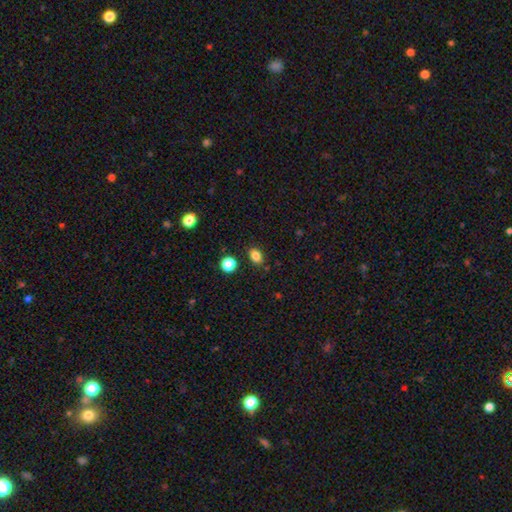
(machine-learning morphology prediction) Smooth or featured: smooth — 83% (star or artifact — 12%)
How rounded: in between — 67% (round — 32%)
Merging: none — 84% (minor disturbance — 10%)